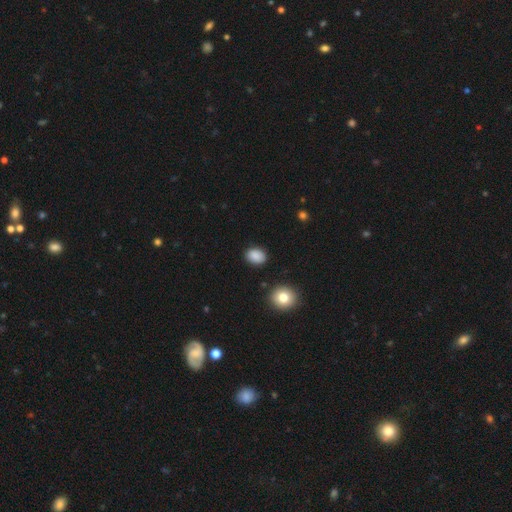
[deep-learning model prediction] The model was most divided on "how rounded": in between: 66%, round: 33%, cigar-shaped: 1%. More confident: smooth or featured — smooth (87%); merging — none (86%).